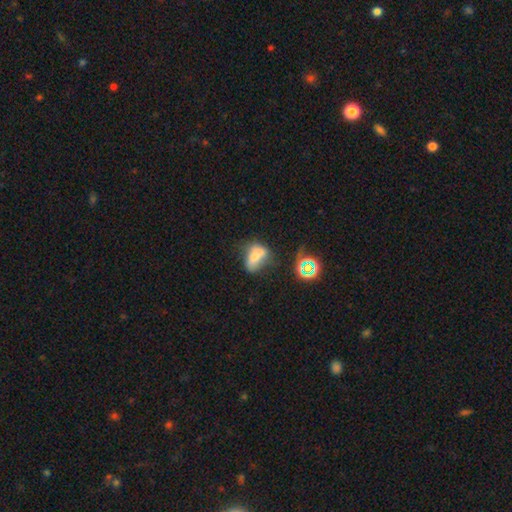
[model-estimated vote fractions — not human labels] Smooth or featured? smooth (57%)
How rounded? in between (79%)
Merging? none (30%)